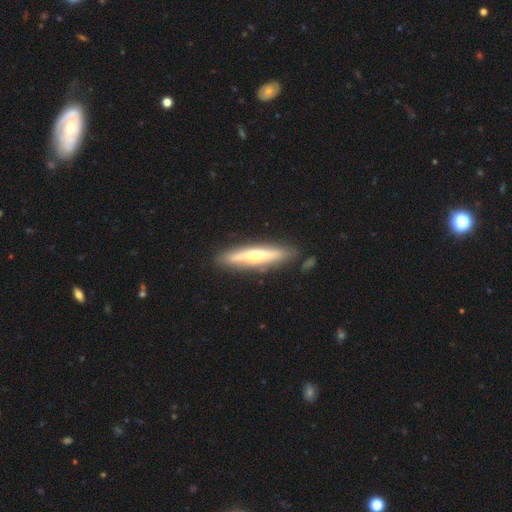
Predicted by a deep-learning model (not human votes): Overall: featured or disk (60%; smooth 35%). Edge-on disk: yes (89%). Edge-on bulge: rounded (84%). Merging: none (84%).